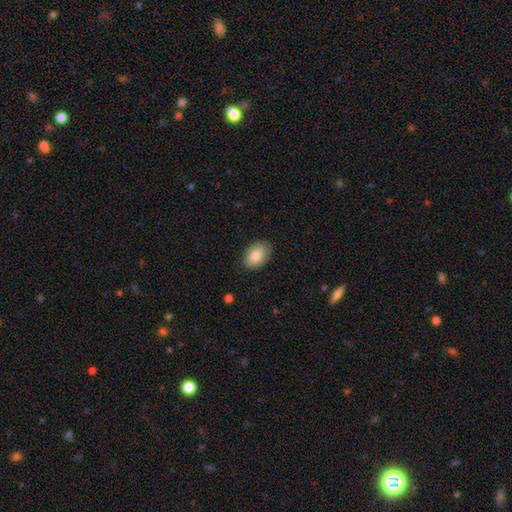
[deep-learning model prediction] A smooth galaxy with no disk features (83%) that is in between round and cigar-shaped (89%).

Vote fractions:
- Smooth or featured? smooth: 83% / featured or disk: 10% / star or artifact: 7%
- How rounded? in between: 89% / round: 10% / cigar-shaped: 1%
- Merging? none: 84% / minor disturbance: 13% / major disturbance: 3% / merger: 1%